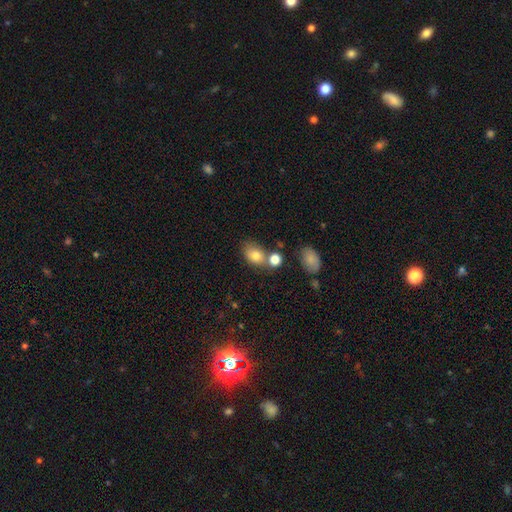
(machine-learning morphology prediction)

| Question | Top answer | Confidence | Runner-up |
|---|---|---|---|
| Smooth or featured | smooth | 80% | featured or disk (11%) |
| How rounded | in between | 71% | round (28%) |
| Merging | none | 51% | merger (28%) |